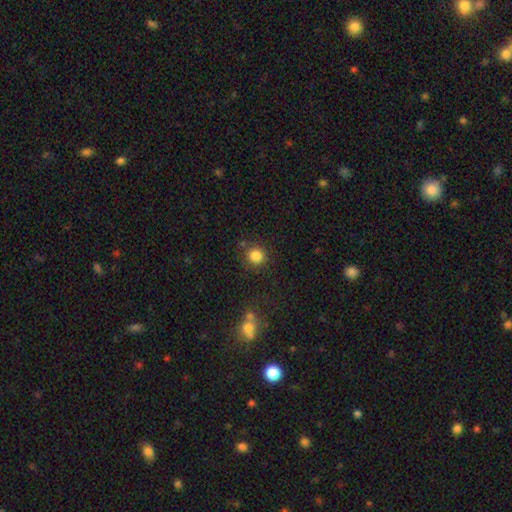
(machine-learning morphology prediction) This is clearly a smooth galaxy (83%). How rounded: clearly round (91%). Merging: clearly none (81%).